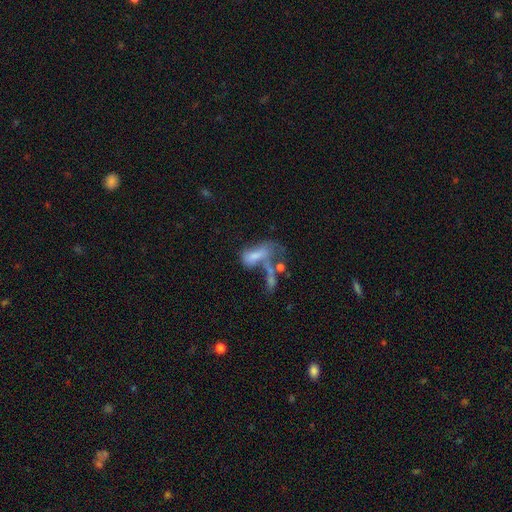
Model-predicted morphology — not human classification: smooth 50%, featured or disk 37%, star or artifact 13%. Down the decision tree: merging — merger (39%).